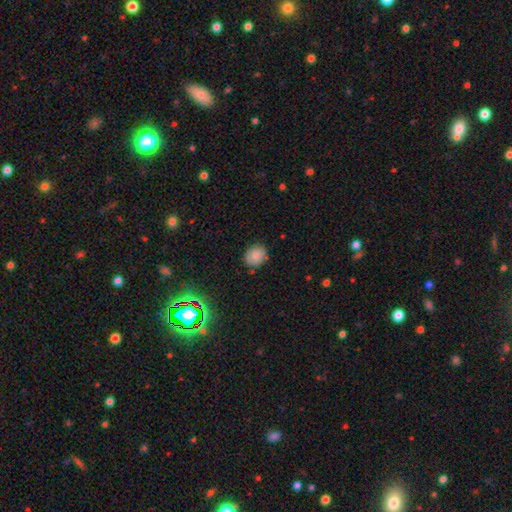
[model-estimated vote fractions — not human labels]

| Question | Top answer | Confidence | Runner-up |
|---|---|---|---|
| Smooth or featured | smooth | 79% | star or artifact (11%) |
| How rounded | round | 62% | in between (37%) |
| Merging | none | 81% | minor disturbance (14%) |